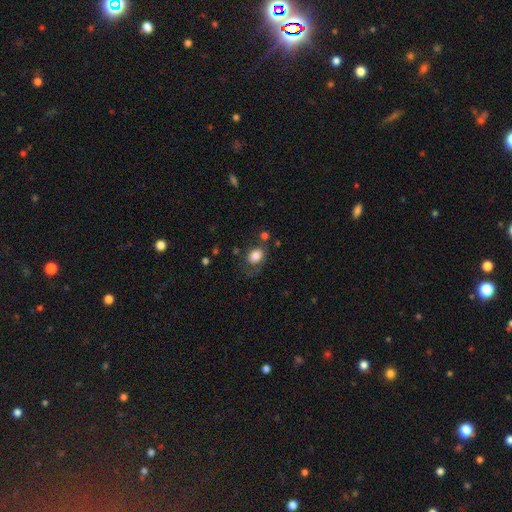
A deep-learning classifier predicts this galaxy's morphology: Overall: smooth (80%). How rounded: in between (60%; round 39%). Merging: none (52%; minor disturbance 23%).